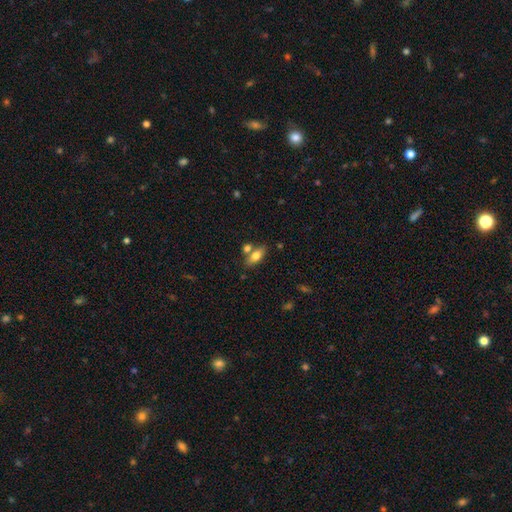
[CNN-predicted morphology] This appears to be a smooth galaxy with no disk features (69%) that is in between round and cigar-shaped (78%). Merging: none (64%).